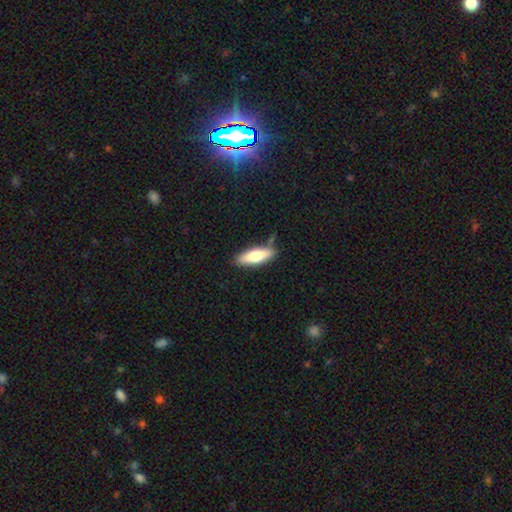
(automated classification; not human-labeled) A smooth galaxy with no disk features (68%) that is in between round and cigar-shaped (51%).

Vote fractions:
- Smooth or featured? smooth: 68% / featured or disk: 27% / star or artifact: 6%
- How rounded? in between: 51% / cigar-shaped: 47% / round: 2%
- Merging? none: 77% / minor disturbance: 15% / merger: 4% / major disturbance: 3%